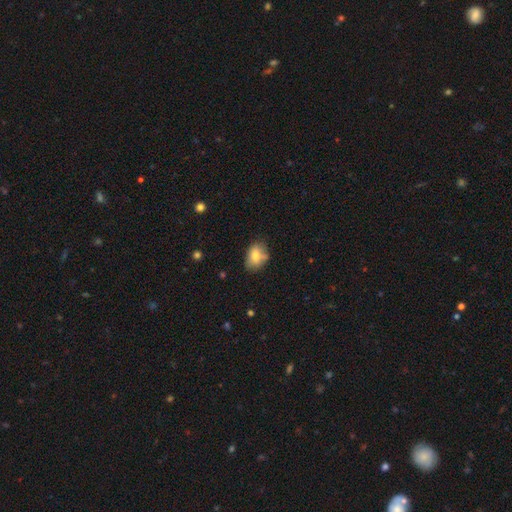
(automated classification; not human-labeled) Smooth or featured: smooth — 74% (featured or disk — 17%)
How rounded: in between — 79% (round — 20%)
Merging: none — 60% (minor disturbance — 26%)